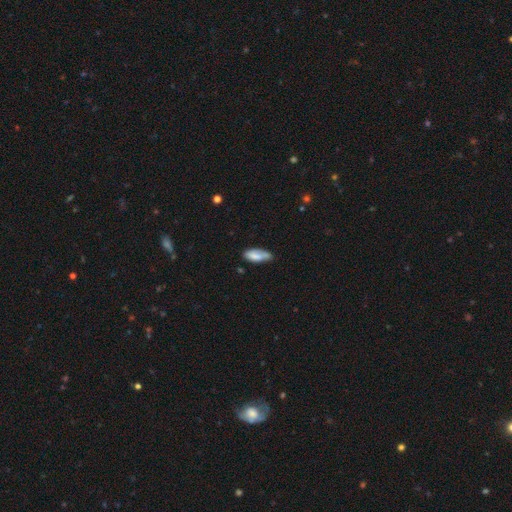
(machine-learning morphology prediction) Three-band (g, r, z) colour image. It shows a smooth galaxy with no disk features (74%) that is in between round and cigar-shaped (74%). Merging: none (50%).